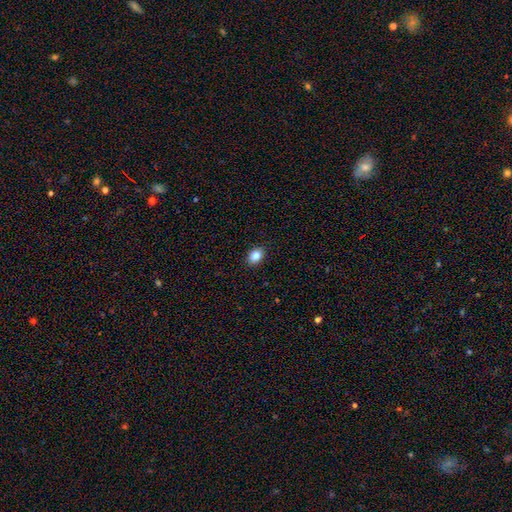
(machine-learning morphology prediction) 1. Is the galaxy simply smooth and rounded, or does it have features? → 85% smooth, 10% star or artifact, 5% featured or disk.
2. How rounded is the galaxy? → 63% in between, 36% round, 1% cigar-shaped.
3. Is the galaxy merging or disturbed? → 89% none, 8% minor disturbance, 2% major disturbance, 1% merger.